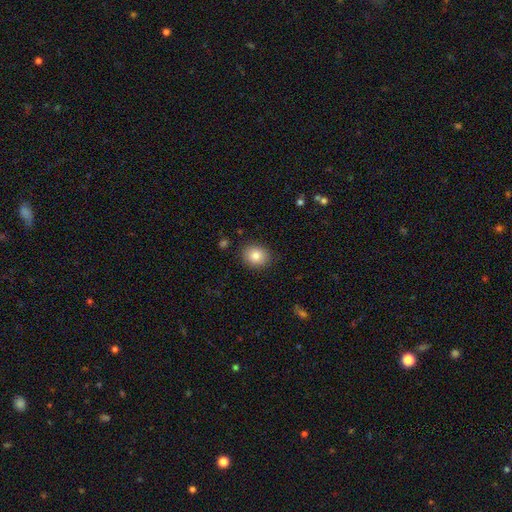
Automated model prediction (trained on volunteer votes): smooth_or_featured: smooth (p=0.82) [alt: star or artifact p=0.09]
how_rounded: round (p=0.63) [alt: in between p=0.36]
merging: none (p=0.87) [alt: minor disturbance p=0.09]